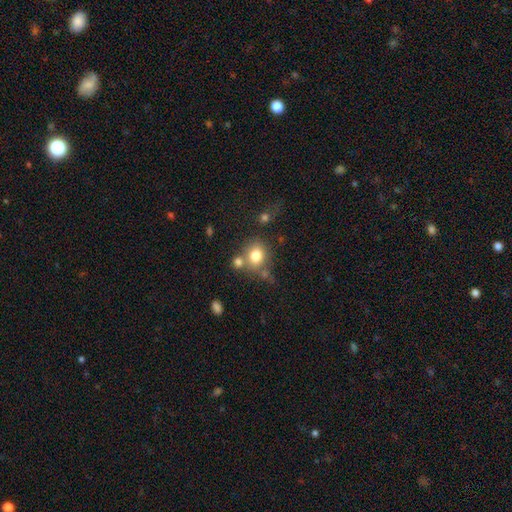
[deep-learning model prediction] Overall: smooth (77%). How rounded: round (73%). Merging: none (59%; merger 23%).